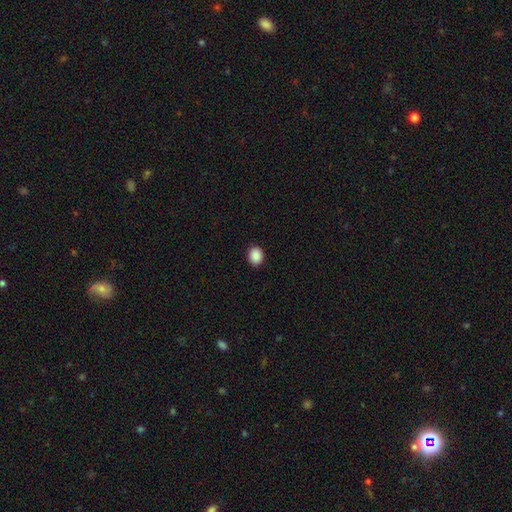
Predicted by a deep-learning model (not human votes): smooth-or-featured: smooth: 89% | star or artifact: 8% | featured or disk: 2%
  how-rounded: round: 51% | in between: 49% | cigar-shaped: 1%
  merging: none: 91% | minor disturbance: 6% | major disturbance: 2% | merger: 1%